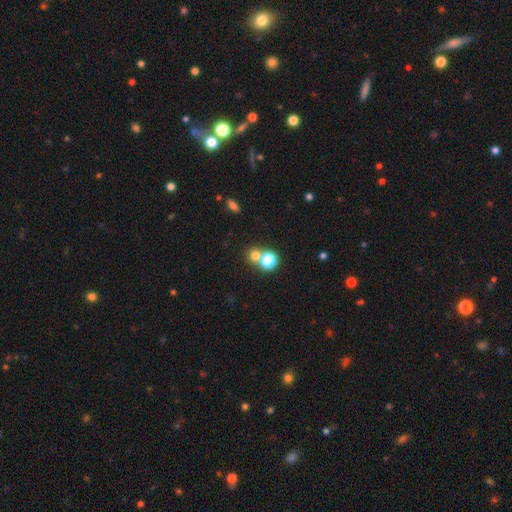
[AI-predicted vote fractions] A smooth galaxy with no disk features (71%) that is round (85%). Merging: none (52%).